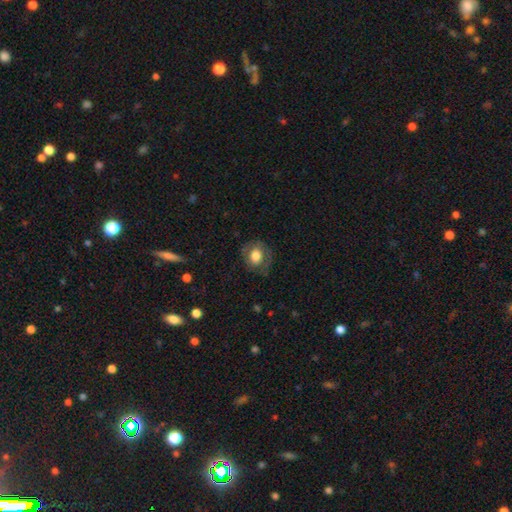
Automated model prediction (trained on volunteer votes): Morphology: type=smooth (68%); roundness=round (64%); merging=none (72%).